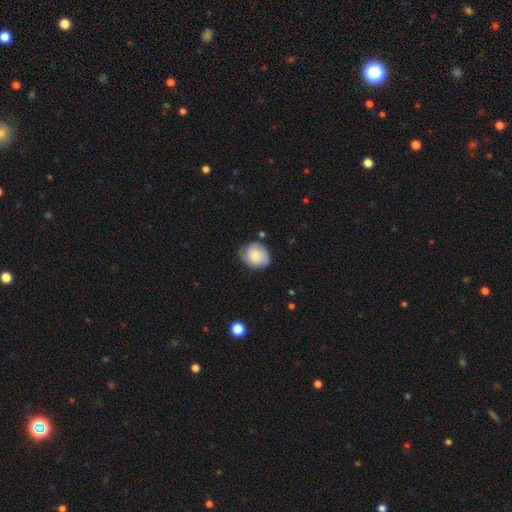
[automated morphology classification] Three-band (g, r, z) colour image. It shows a smooth galaxy with no disk features (69%) that is round (67%). Merging: none (59%).